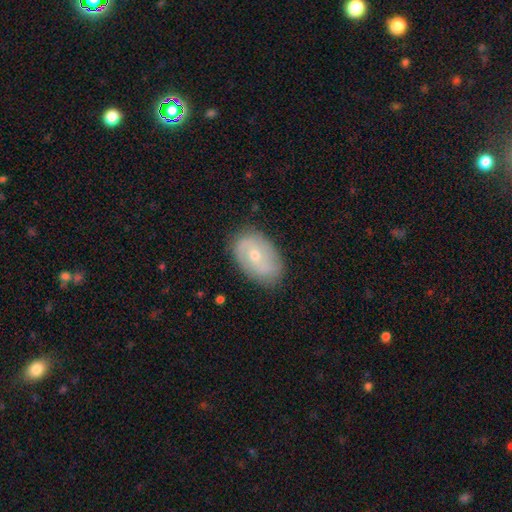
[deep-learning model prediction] A featured or disk galaxy (54%) with no bar (60%), spiral arms (65%) and a small central bulge (53%).

Vote fractions:
- Smooth or featured? featured or disk: 54% / smooth: 39% / star or artifact: 7%
- Edge-on disk? no: 94% / yes: 6%
- Bar? no: 60% / weak: 32% / strong: 8%
- Spiral arms? yes: 65% / no: 35%
- Bulge size? small: 53% / moderate: 44% / large: 1% / none: 1% / dominant: 1%
- Merging? none: 79% / minor disturbance: 15% / major disturbance: 4% / merger: 1%